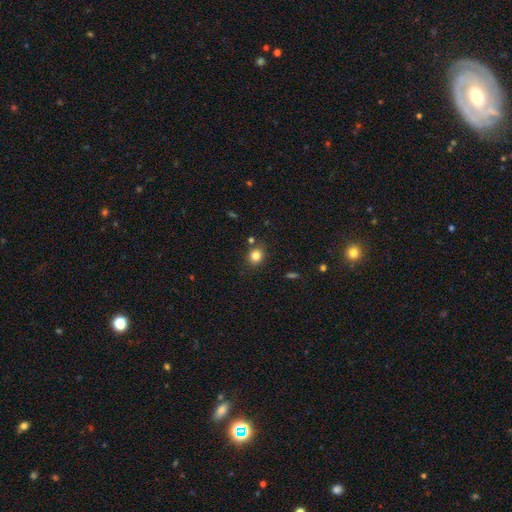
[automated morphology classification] smooth_or_featured: smooth (p=0.82) [alt: star or artifact p=0.12]
how_rounded: round (p=0.76) [alt: in between p=0.23]
merging: none (p=0.83) [alt: minor disturbance p=0.10]